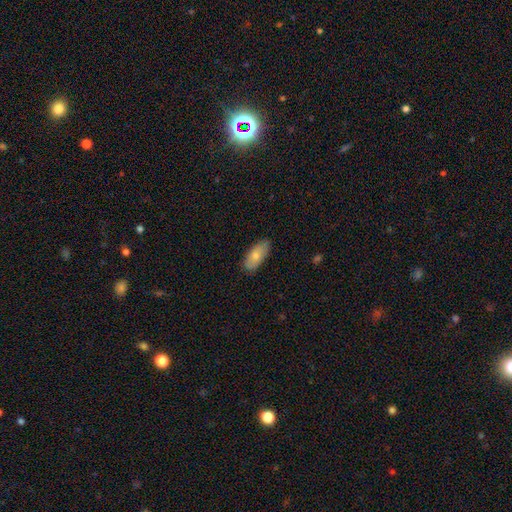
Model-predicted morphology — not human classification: Smooth or featured: smooth — 76% (featured or disk — 18%)
How rounded: in between — 88% (cigar-shaped — 10%)
Merging: none — 83% (minor disturbance — 14%)